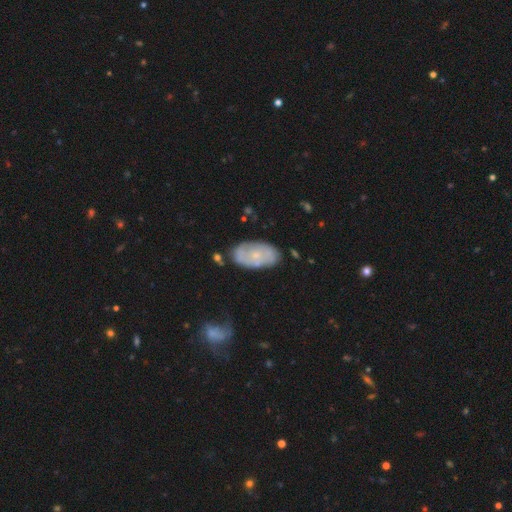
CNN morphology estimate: type=featured or disk (55%); edge-on=no (93%); bar=no (83%); spiral arms=yes (60%); bulge=small (74%); merging=none (72%).